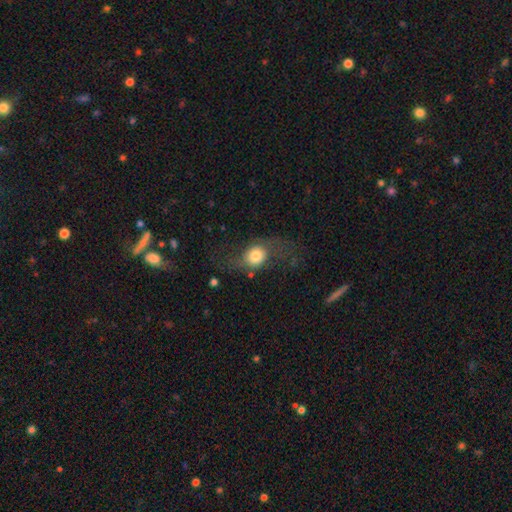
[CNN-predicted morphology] Smooth or featured? Predicted: smooth (p=0.60). How rounded? Predicted: round (p=0.65). Merging? Predicted: none (p=0.46).